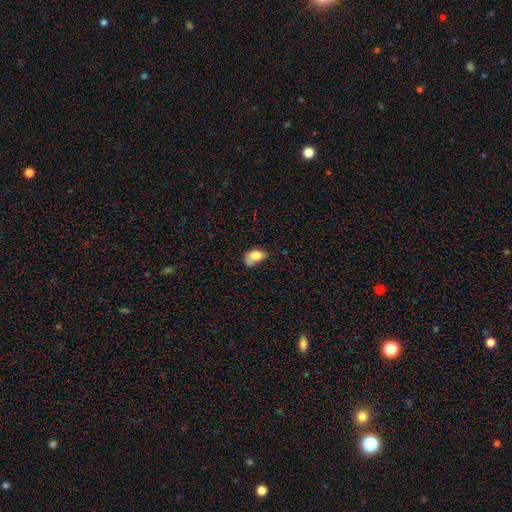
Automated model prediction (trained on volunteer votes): smooth-or-featured: smooth: 77% | featured or disk: 15% | star or artifact: 8%
  how-rounded: in between: 87% | round: 12% | cigar-shaped: 2%
  merging: minor disturbance: 37% | none: 33% | major disturbance: 22% | merger: 7%